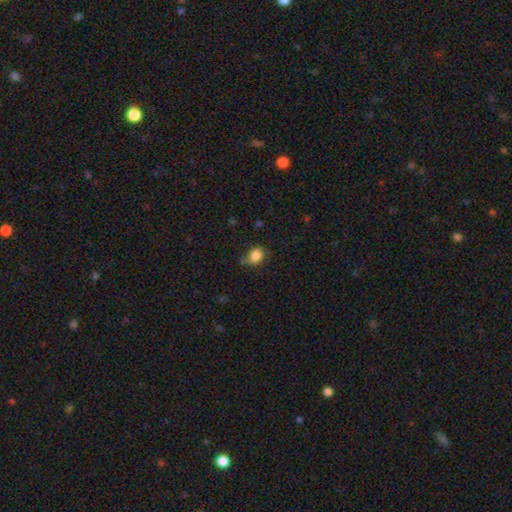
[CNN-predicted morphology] Smooth or featured? smooth (85%)
How rounded? in between (55%)
Merging? none (61%)